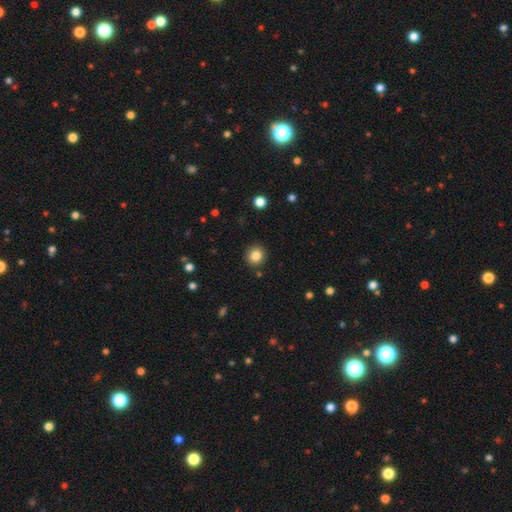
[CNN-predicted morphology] Smooth or featured?
  - smooth: 84% *
  - star or artifact: 11%
  - featured or disk: 5%
How rounded?
  - round: 91% *
  - in between: 8%
  - cigar-shaped: 1%
Merging?
  - none: 90% *
  - minor disturbance: 6%
  - major disturbance: 2%
  - merger: 2%